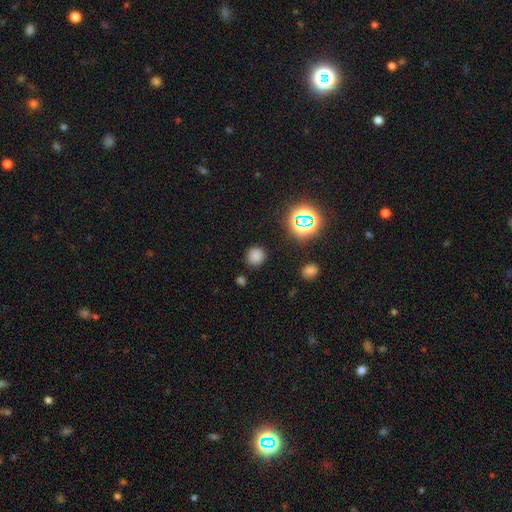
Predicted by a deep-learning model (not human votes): A smooth galaxy with no disk features (75%) that is round (89%).

Vote fractions:
- Smooth or featured? smooth: 75% / star or artifact: 20% / featured or disk: 5%
- How rounded? round: 89% / in between: 10% / cigar-shaped: 1%
- Merging? none: 85% / minor disturbance: 9% / major disturbance: 3% / merger: 2%